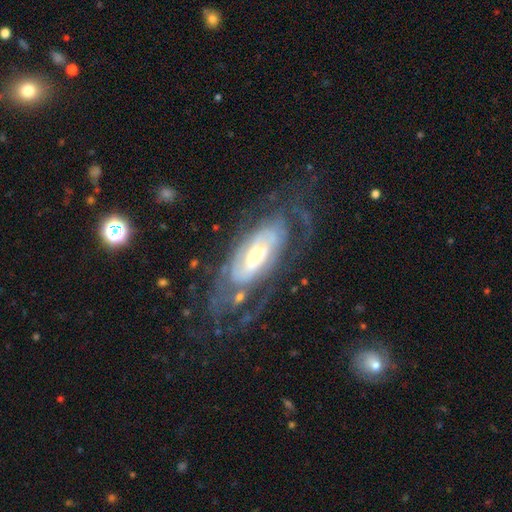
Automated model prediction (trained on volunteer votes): Smooth or featured? Predicted: featured or disk (p=0.82). Edge-on disk? Predicted: no (p=0.89). Bar? Predicted: no (p=0.42). Spiral arms? Predicted: yes (p=0.89). Spiral winding? Predicted: tight (p=0.53). Spiral arm count? Predicted: can't tell (p=0.40). Bulge size? Predicted: moderate (p=0.53). Merging? Predicted: none (p=0.59).